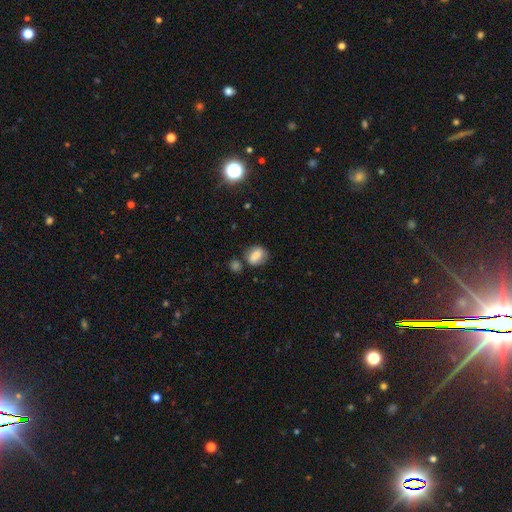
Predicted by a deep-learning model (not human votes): A smooth galaxy with no disk features (79%) that is in between round and cigar-shaped (63%). Merging: none (63%).